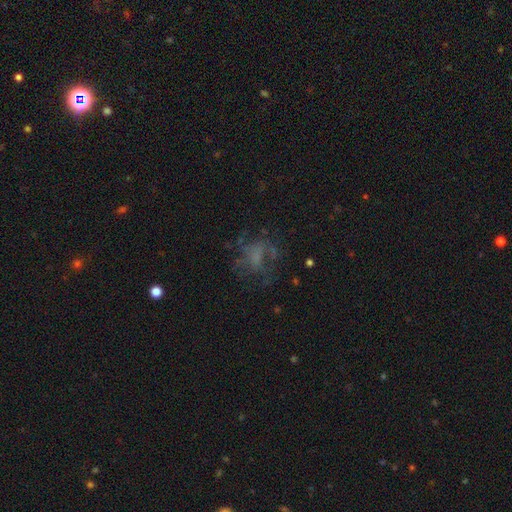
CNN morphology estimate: This is possibly a featured or disk galaxy (45%). Merging: possibly none (51%).